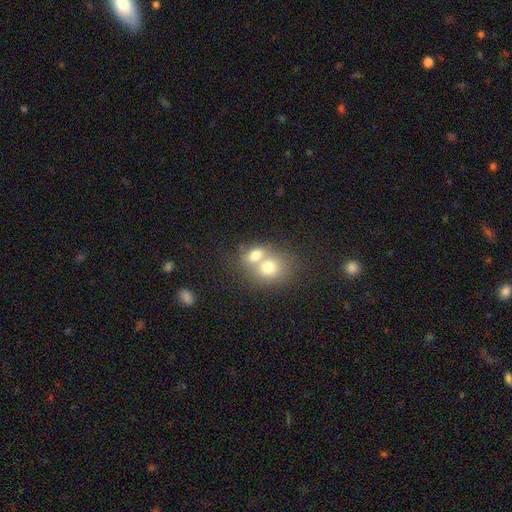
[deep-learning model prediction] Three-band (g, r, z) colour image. It shows a smooth galaxy with no disk features (64%) that is round (65%). Merging: merger (59%).